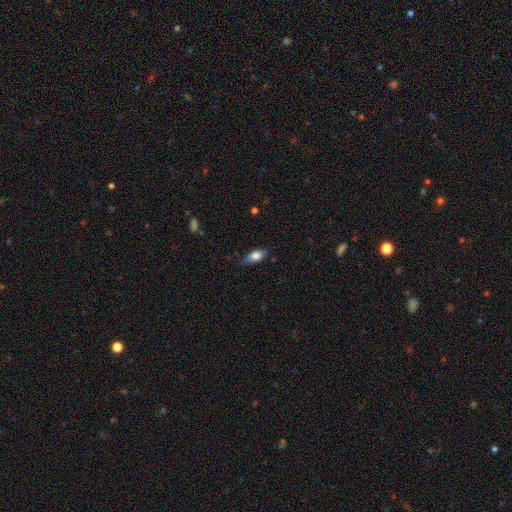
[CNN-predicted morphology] Smooth or featured? smooth (77%)
How rounded? in between (84%)
Merging? none (78%)